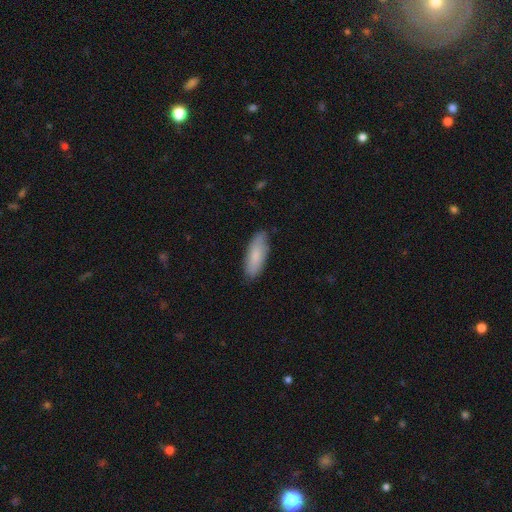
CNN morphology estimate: This is clearly a smooth galaxy (81%). How rounded: likely in between (66%). Merging: clearly none (82%).